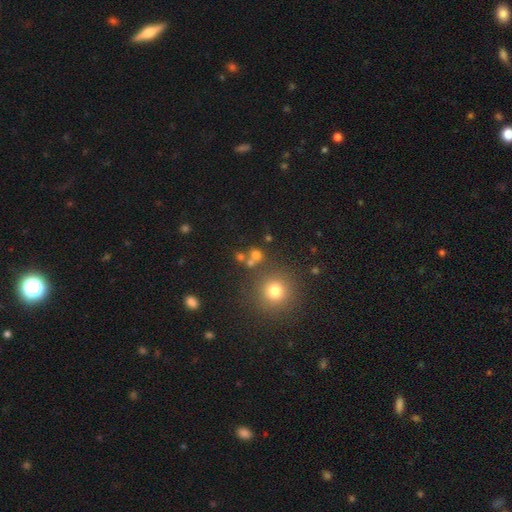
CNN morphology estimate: Smooth or featured? Predicted: smooth (p=0.67). How rounded? Predicted: round (p=0.87). Merging? Predicted: none (p=0.64).